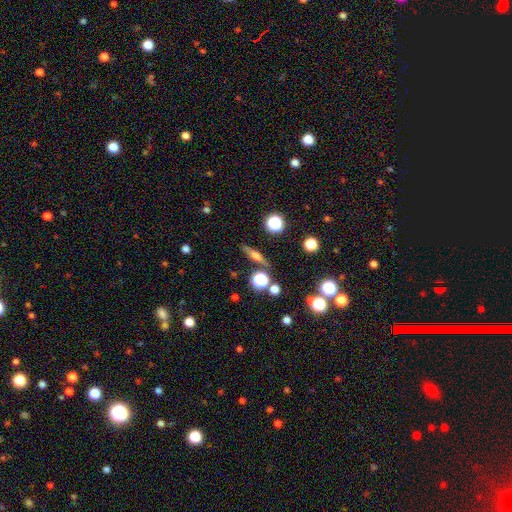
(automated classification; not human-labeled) This appears to be a featured or disk galaxy (50%) viewed edge-on (91%). Merging: none (83%).